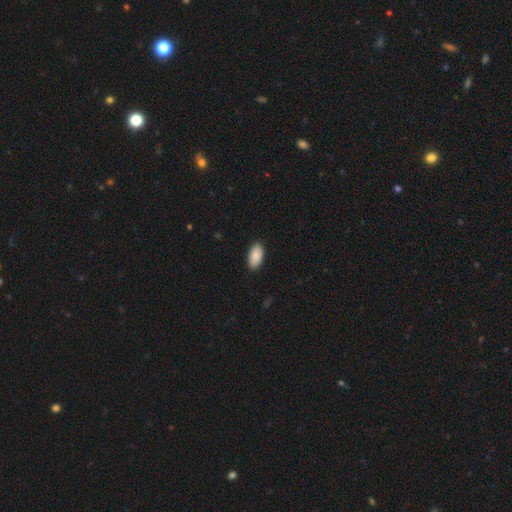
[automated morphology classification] type=smooth (90%); roundness=in between (95%); merging=none (89%).